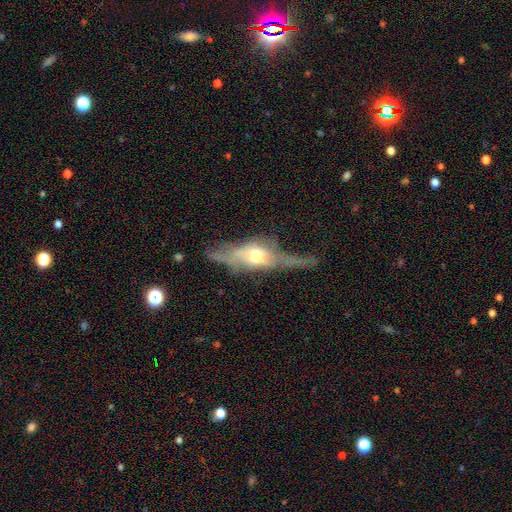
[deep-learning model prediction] smooth-or-featured: featured or disk: 68% | smooth: 24% | star or artifact: 8%
  disk-edge-on: yes: 69% | no: 31%
  merging: none: 40% | major disturbance: 33% | minor disturbance: 22% | merger: 5%